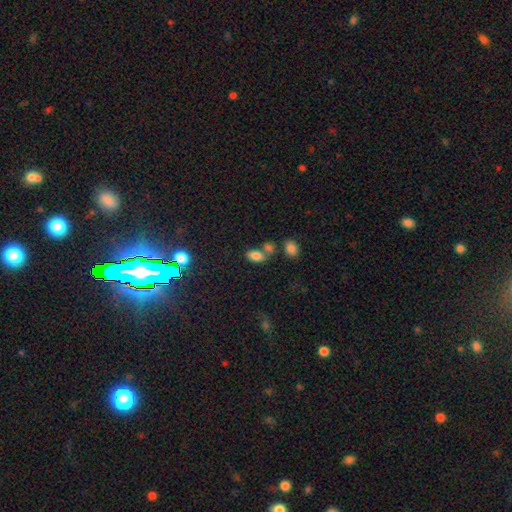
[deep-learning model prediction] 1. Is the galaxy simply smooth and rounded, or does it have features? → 81% smooth, 12% star or artifact, 7% featured or disk.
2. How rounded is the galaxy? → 89% in between, 8% round, 3% cigar-shaped.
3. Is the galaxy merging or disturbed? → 53% none, 30% merger, 13% minor disturbance, 5% major disturbance.